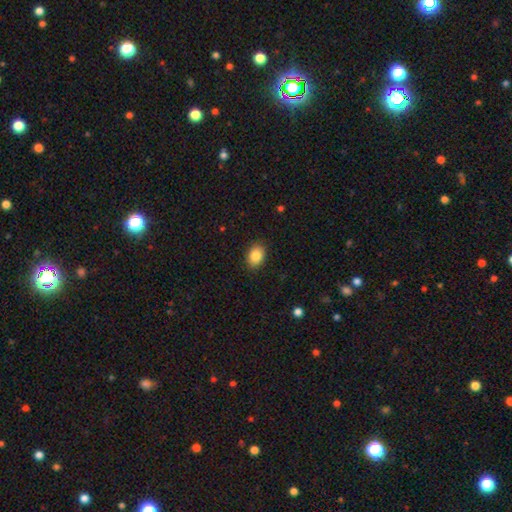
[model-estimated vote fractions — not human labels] smooth 85%, star or artifact 9%, featured or disk 7%. Down the decision tree: how rounded — in between (70%); merging — none (88%).